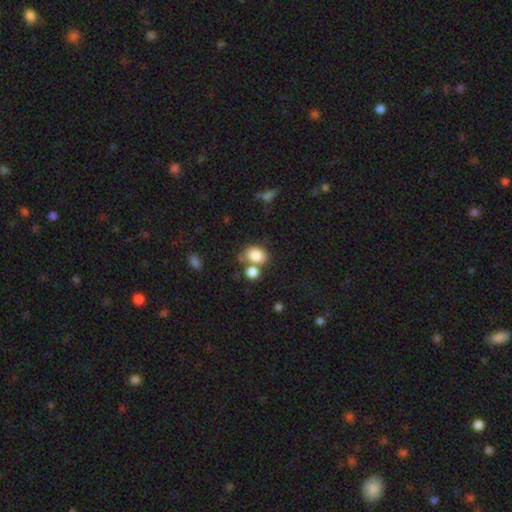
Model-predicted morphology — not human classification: Smooth or featured?
  - smooth: 83% *
  - star or artifact: 9%
  - featured or disk: 8%
How rounded?
  - in between: 66% *
  - round: 33%
  - cigar-shaped: 1%
Merging?
  - none: 47% *
  - merger: 35%
  - minor disturbance: 13%
  - major disturbance: 5%